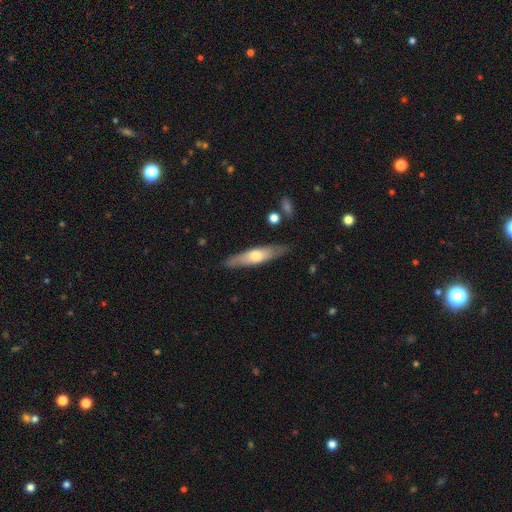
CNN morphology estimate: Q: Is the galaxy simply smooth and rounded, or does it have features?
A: smooth — 48%.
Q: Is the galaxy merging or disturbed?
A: none — 86%.